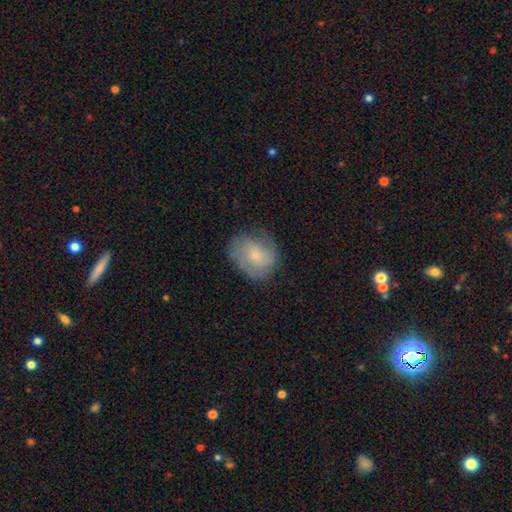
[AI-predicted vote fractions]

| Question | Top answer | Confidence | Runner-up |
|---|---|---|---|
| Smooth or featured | smooth | 48% | featured or disk (44%) |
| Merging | none | 68% | minor disturbance (22%) |